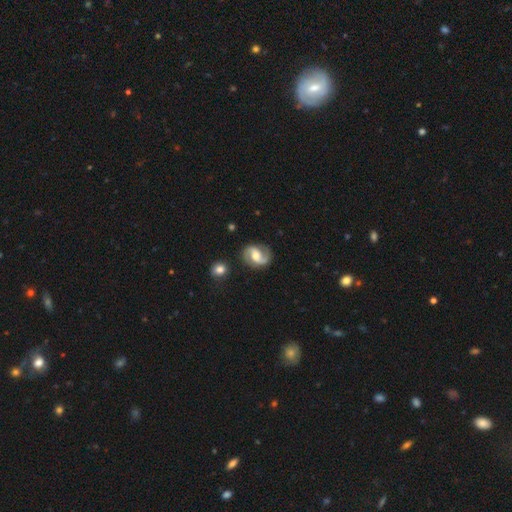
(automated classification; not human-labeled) Smooth or featured? featured or disk (86%)
Edge-on disk? no (98%)
Bar? weak (45%)
Spiral arms? yes (96%)
Spiral winding? medium (51%)
Spiral arm count? 2 (92%)
Bulge size? moderate (69%)
Merging? none (83%)